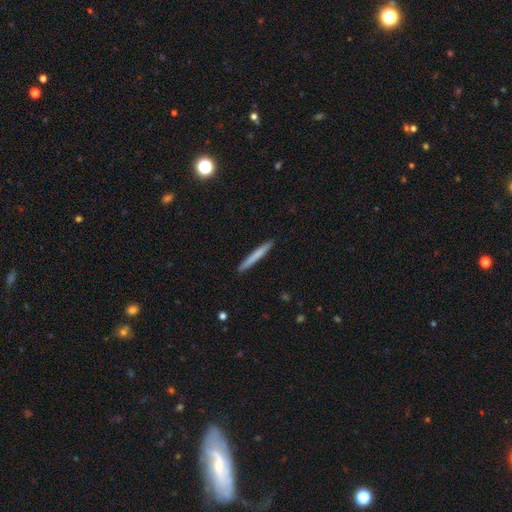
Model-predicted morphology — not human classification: Smooth or featured? smooth (71%)
How rounded? cigar-shaped (97%)
Merging? none (92%)